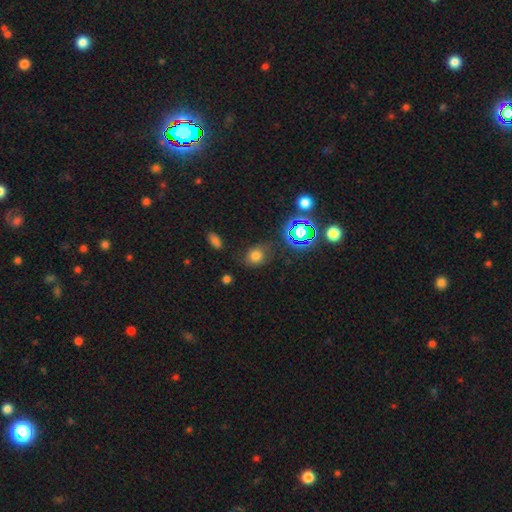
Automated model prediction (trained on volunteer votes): smooth-or-featured: smooth: 69% | star or artifact: 23% | featured or disk: 8%
  how-rounded: round: 61% | in between: 38% | cigar-shaped: 1%
  merging: none: 75% | minor disturbance: 17% | major disturbance: 6% | merger: 3%